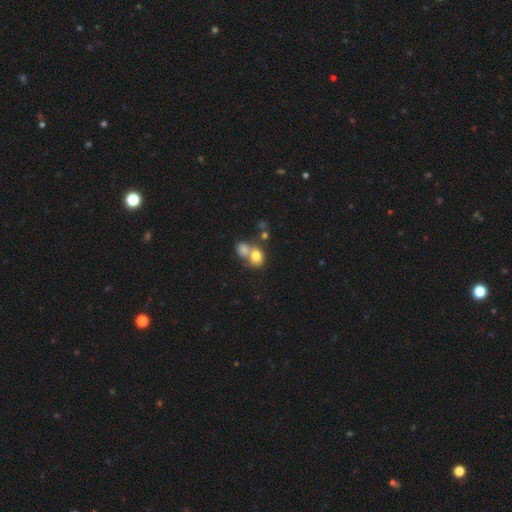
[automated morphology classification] Q: Smooth or featured?
A: smooth (76%); runner-up: featured or disk (14%)
Q: How rounded?
A: round (57%); runner-up: in between (42%)
Q: Merging?
A: merger (58%); runner-up: none (29%)